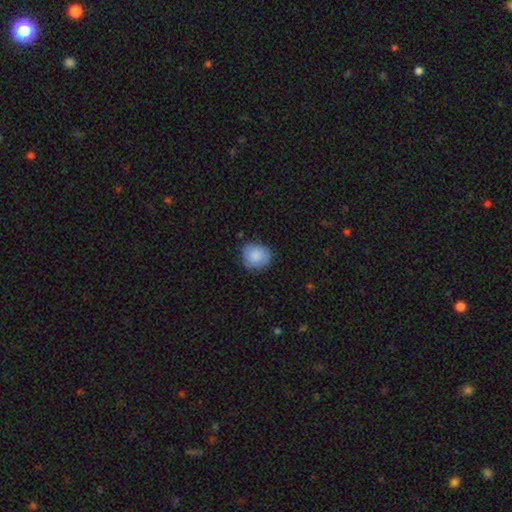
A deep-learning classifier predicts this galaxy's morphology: smooth_or_featured: smooth (p=0.86) [alt: featured or disk p=0.08]
how_rounded: round (p=0.80) [alt: in between p=0.19]
merging: none (p=0.77) [alt: minor disturbance p=0.18]